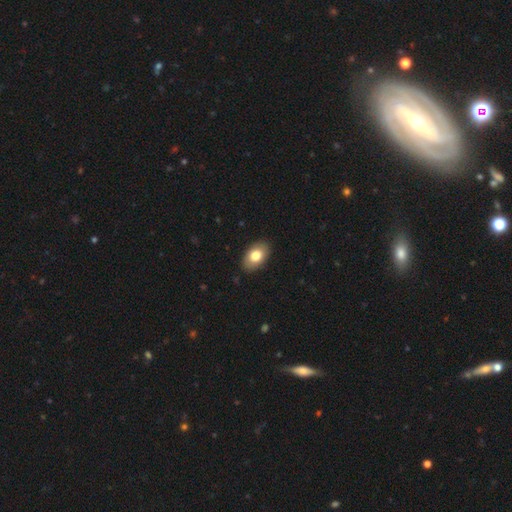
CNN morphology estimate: Smooth or featured: smooth — 79% (featured or disk — 14%)
How rounded: in between — 90% (round — 9%)
Merging: none — 88% (minor disturbance — 9%)